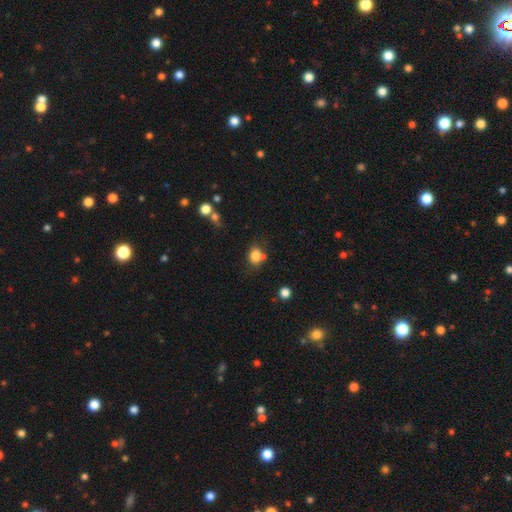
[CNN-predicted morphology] Overall: smooth (81%). How rounded: round (61%; in between 38%). Merging: none (59%).